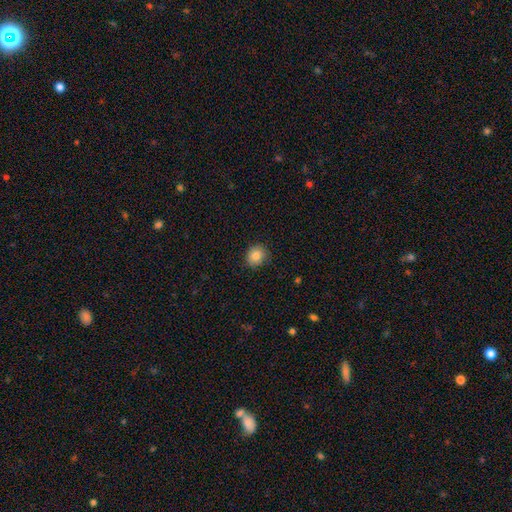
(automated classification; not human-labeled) The model was most divided on "how rounded": round: 81%, in between: 18%, cigar-shaped: 1%. More confident: smooth or featured — smooth (84%); merging — none (84%).